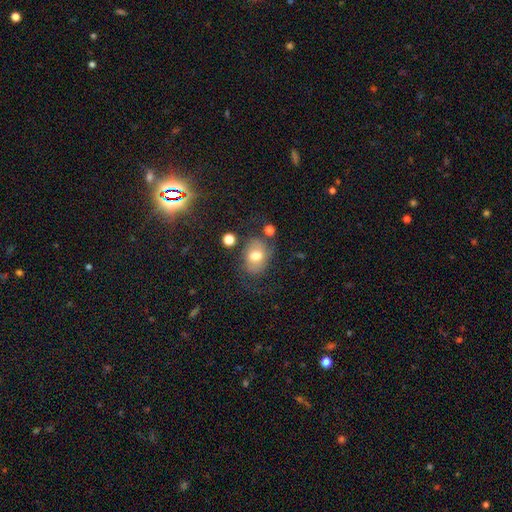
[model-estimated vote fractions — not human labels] A smooth galaxy with no disk features (66%) that is in between round and cigar-shaped (61%). Merging: none (60%).